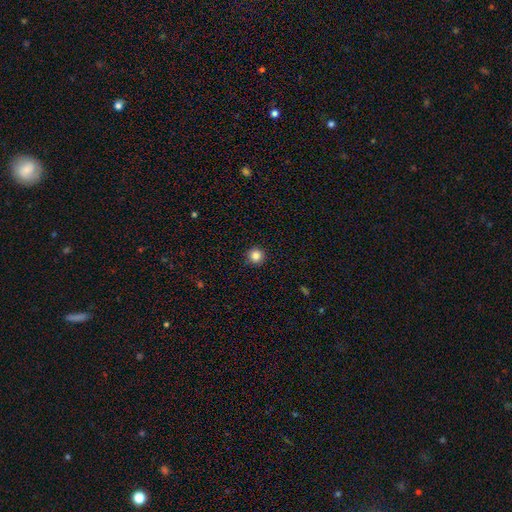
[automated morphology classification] Smooth or featured?
  - smooth: 85% *
  - star or artifact: 11%
  - featured or disk: 4%
How rounded?
  - round: 95% *
  - in between: 4%
  - cigar-shaped: 1%
Merging?
  - none: 92% *
  - minor disturbance: 5%
  - major disturbance: 2%
  - merger: 1%